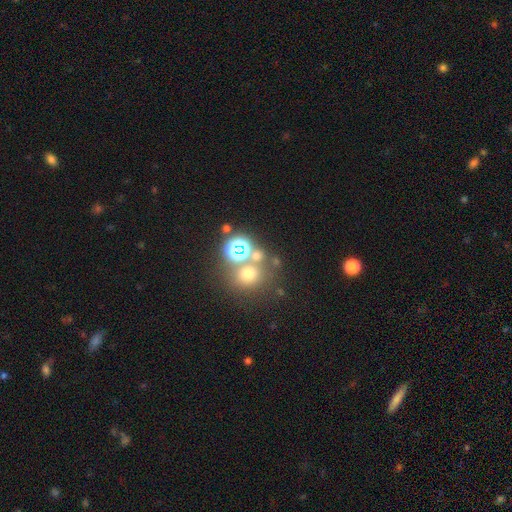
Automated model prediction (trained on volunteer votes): This appears to be a smooth galaxy with no disk features (56%) that is round (83%). Merging: none (62%).